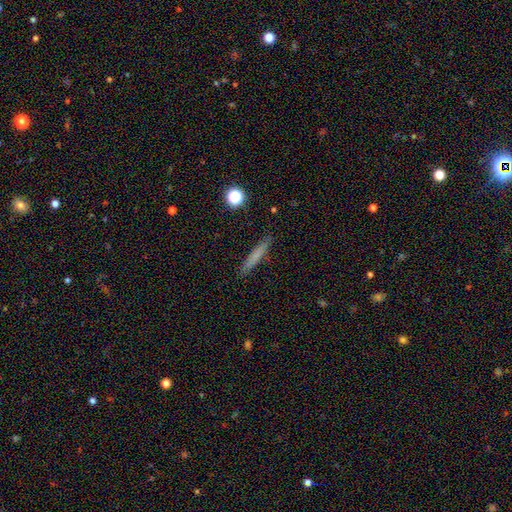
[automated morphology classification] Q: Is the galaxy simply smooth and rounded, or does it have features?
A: smooth — 69%.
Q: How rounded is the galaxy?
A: cigar-shaped — 94%.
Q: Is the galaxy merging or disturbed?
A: none — 89%.